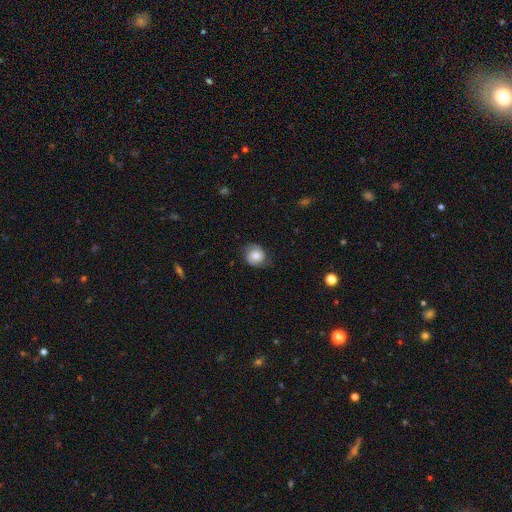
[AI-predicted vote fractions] This is possibly a smooth galaxy (57%). How rounded: likely round (77%). Merging: likely none (73%).